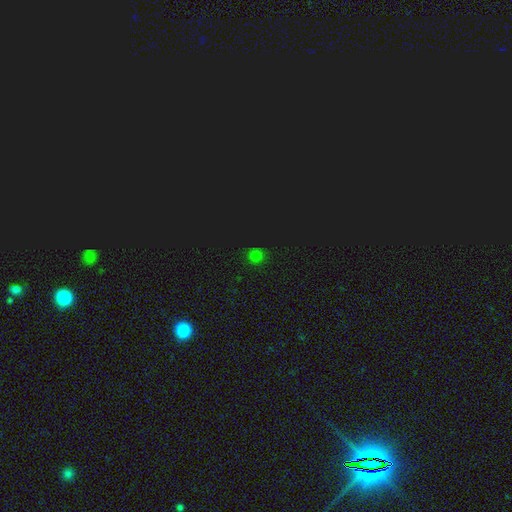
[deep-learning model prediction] A smooth galaxy with no disk features (67%) that is round (90%). Merging: none (88%).